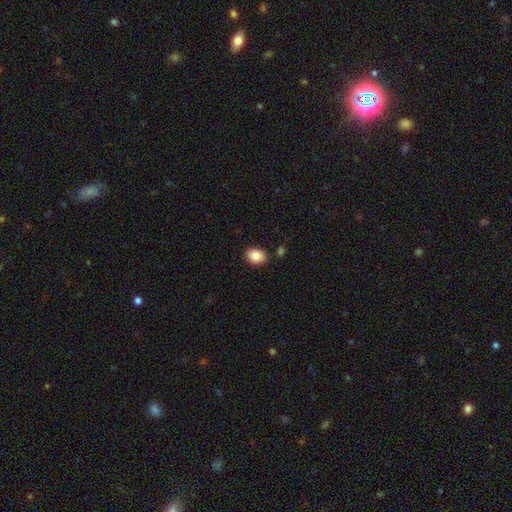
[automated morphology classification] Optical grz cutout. It shows a smooth galaxy with no disk features (85%) that is in between round and cigar-shaped (66%). Merging: none (88%).